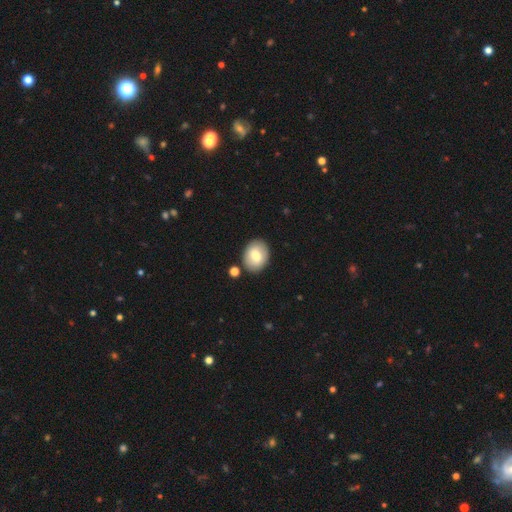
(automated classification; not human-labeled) Morphology: type=smooth (74%); roundness=in between (63%); merging=none (84%).